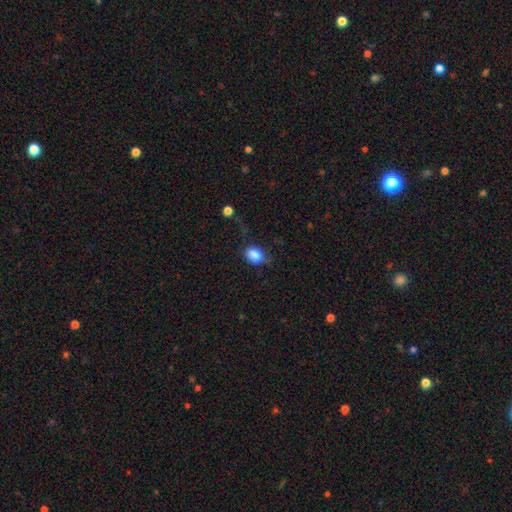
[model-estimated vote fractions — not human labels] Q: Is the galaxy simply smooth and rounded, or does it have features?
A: smooth — 85%.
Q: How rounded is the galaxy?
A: in between — 67%.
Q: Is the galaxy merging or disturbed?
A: none — 57%.